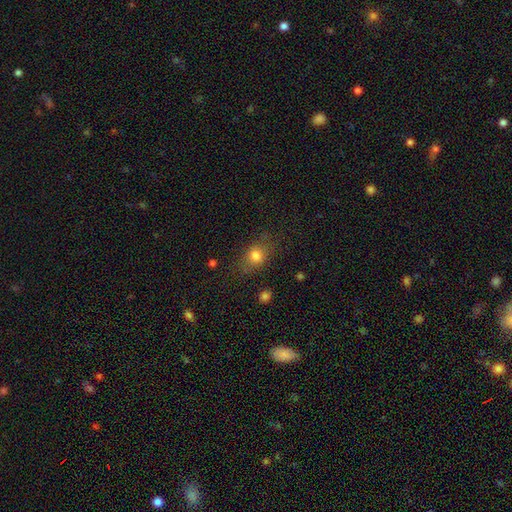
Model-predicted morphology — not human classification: This is likely a smooth galaxy (77%). How rounded: possibly in between (51%). Merging: likely none (71%).